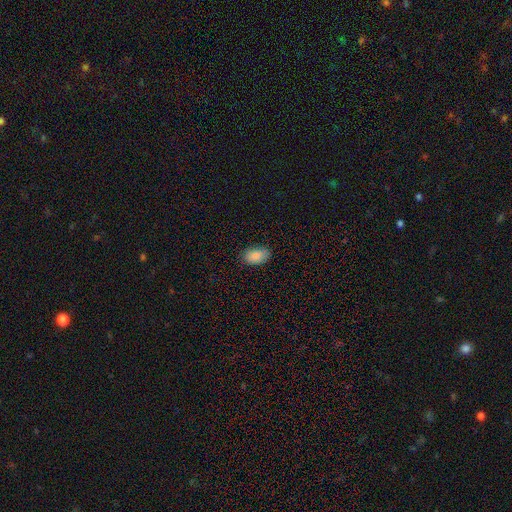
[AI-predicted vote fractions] smooth-or-featured: smooth: 86% | star or artifact: 8% | featured or disk: 7%
  how-rounded: in between: 91% | round: 8% | cigar-shaped: 1%
  merging: none: 82% | minor disturbance: 14% | major disturbance: 3% | merger: 1%